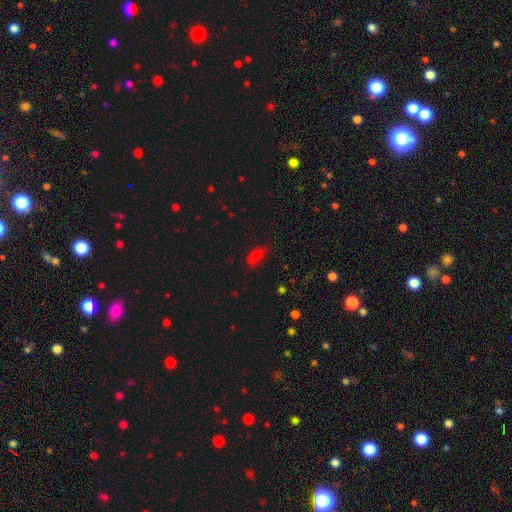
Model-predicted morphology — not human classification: This appears to be a smooth galaxy with no disk features (74%) that is in between round and cigar-shaped (85%). Merging: none (67%).